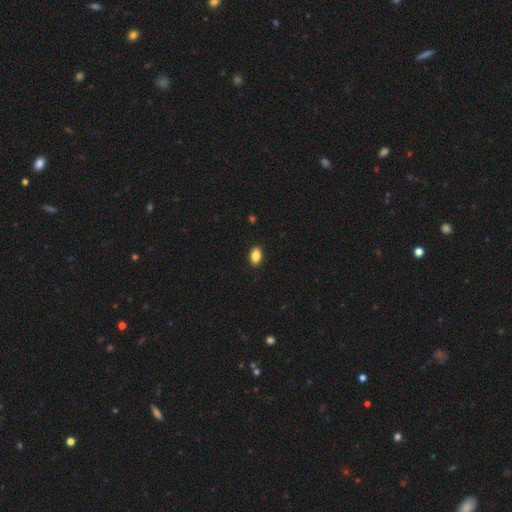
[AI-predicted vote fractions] smooth 86%, star or artifact 8%, featured or disk 5%. Down the decision tree: how rounded — in between (88%); merging — none (90%).